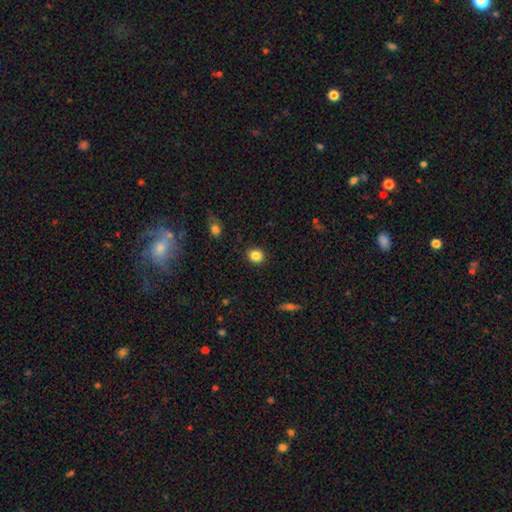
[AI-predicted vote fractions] Morphology: type=smooth (84%); roundness=round (78%); merging=none (90%).